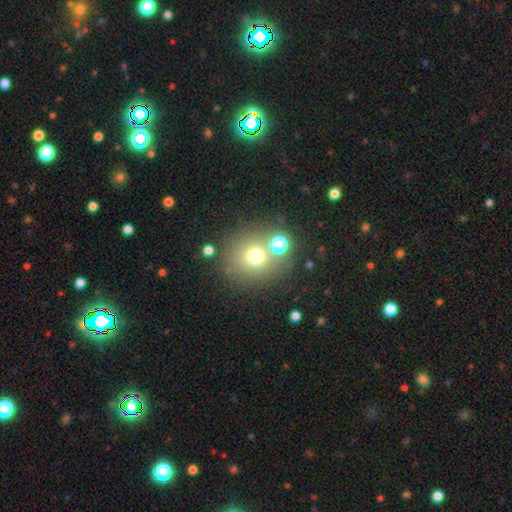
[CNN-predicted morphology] The model was most divided on "smooth or featured": smooth: 68%, star or artifact: 19%, featured or disk: 12%. More confident: how rounded — round (89%); merging — none (70%).